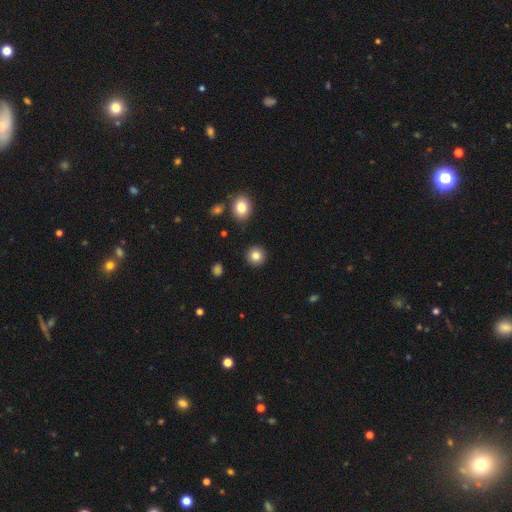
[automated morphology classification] Overall: smooth (84%). How rounded: round (93%). Merging: none (92%).